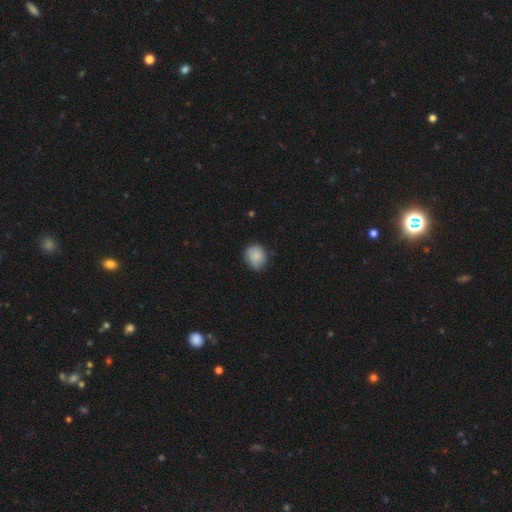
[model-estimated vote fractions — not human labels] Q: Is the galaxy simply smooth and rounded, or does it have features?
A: smooth — 84%.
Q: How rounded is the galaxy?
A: round — 70%.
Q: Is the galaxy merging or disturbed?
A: none — 72%.